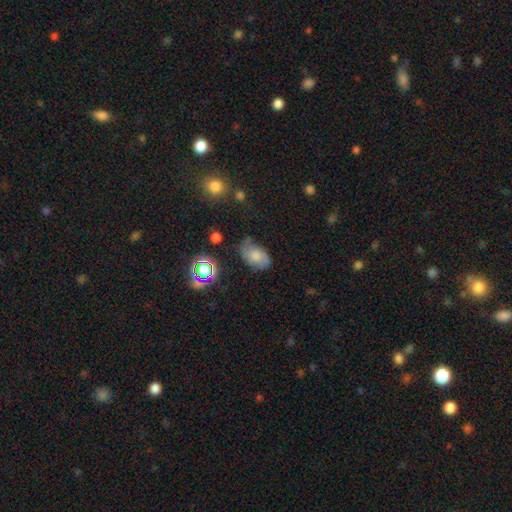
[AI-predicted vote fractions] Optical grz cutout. It shows a smooth galaxy with no disk features (63%) that is in between round and cigar-shaped (88%). Merging: none (55%).